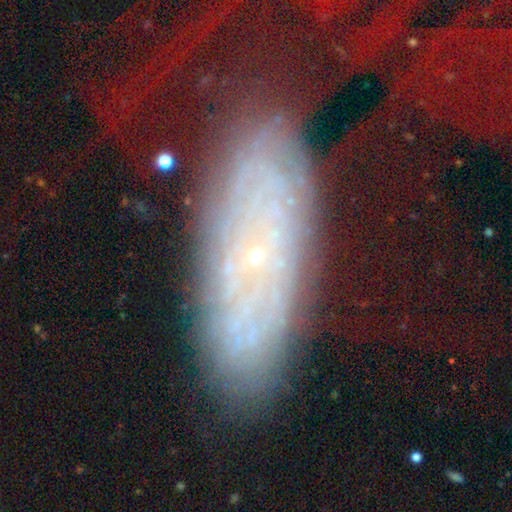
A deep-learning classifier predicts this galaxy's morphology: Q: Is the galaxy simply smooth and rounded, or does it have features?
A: featured or disk — 68%.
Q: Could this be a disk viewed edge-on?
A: no — 83%.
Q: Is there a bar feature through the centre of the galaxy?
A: no — 81%.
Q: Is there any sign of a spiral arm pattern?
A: yes — 72%.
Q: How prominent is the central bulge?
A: small — 86%.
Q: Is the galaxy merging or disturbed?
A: none — 69%.